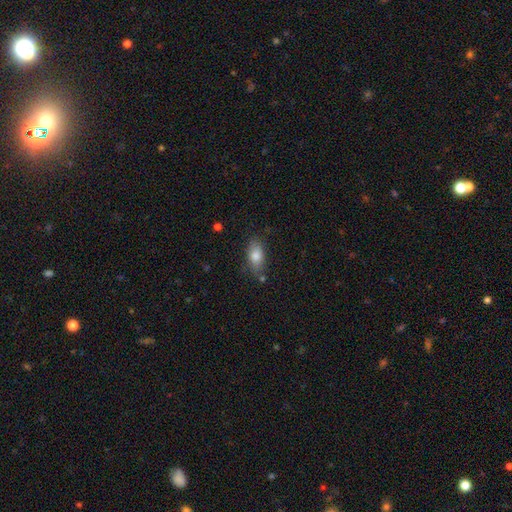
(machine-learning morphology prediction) The model was most divided on "merging": none: 75%, minor disturbance: 17%, major disturbance: 4%, merger: 4%. More confident: how rounded — in between (86%); smooth or featured — smooth (79%).